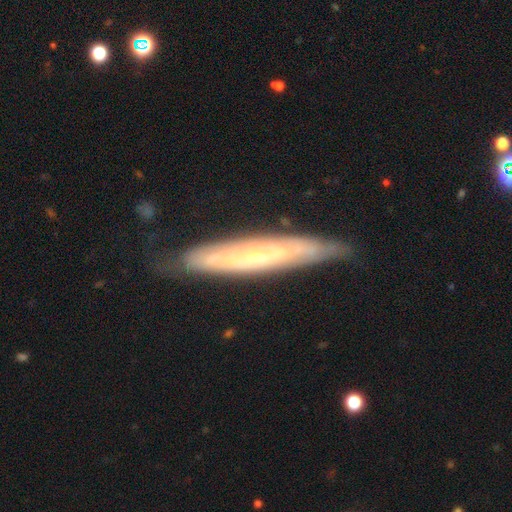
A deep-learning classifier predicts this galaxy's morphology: Overall: featured or disk (69%). Edge-on disk: yes (61%; no 39%). Merging: none (78%).